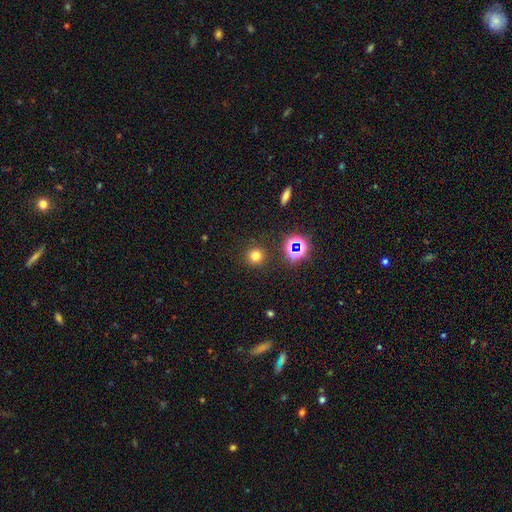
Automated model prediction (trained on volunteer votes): The model was most divided on "smooth or featured": smooth: 71%, star or artifact: 22%, featured or disk: 7%. More confident: how rounded — round (93%); merging — none (90%).